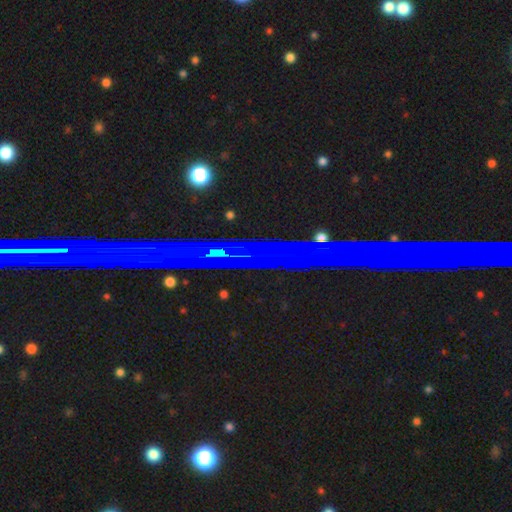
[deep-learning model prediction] The model was most divided on "smooth or featured": star or artifact: 70%, featured or disk: 20%, smooth: 10%.